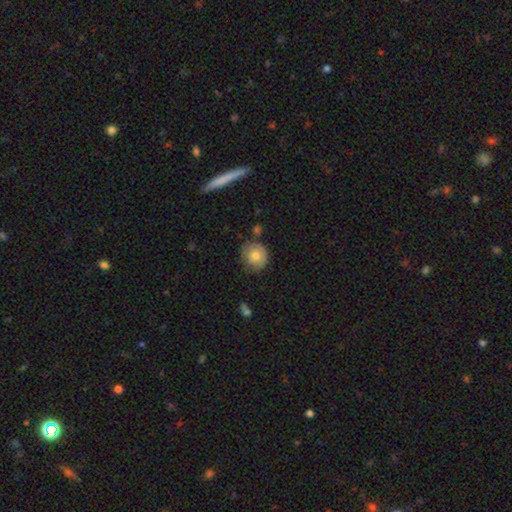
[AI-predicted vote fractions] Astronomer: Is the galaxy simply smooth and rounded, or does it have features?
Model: smooth — 74%.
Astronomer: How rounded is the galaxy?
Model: round — 88%.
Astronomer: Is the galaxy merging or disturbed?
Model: none — 70%.